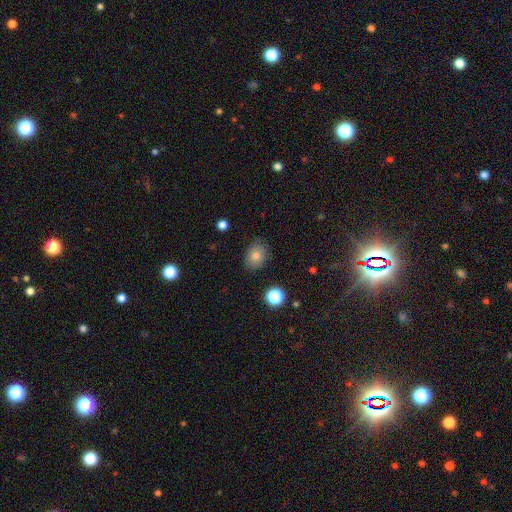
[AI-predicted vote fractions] smooth_or_featured: smooth (p=0.78) [alt: featured or disk p=0.11]
how_rounded: in between (p=0.60) [alt: round p=0.39]
merging: none (p=0.79) [alt: minor disturbance p=0.16]